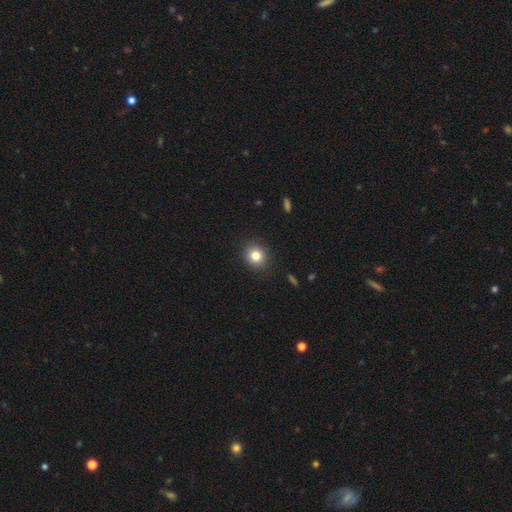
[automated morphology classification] This appears to be a smooth galaxy with no disk features (82%) that is round (82%). Merging: none (90%).